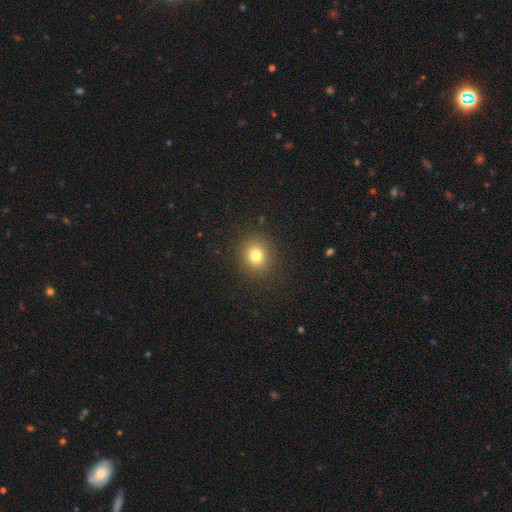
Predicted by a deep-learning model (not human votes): This appears to be a smooth galaxy with no disk features (78%) that is round (78%). Merging: none (88%).